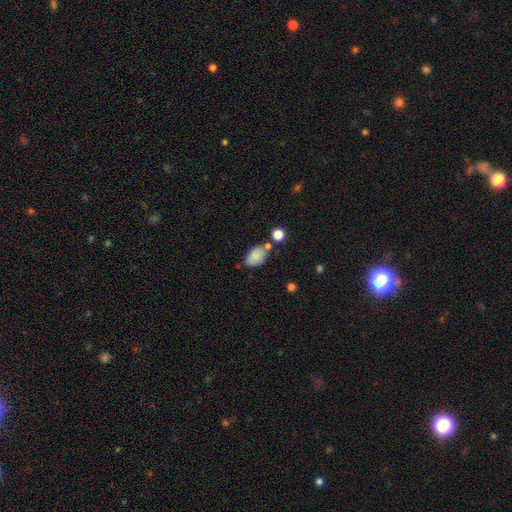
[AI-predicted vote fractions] A smooth galaxy with no disk features (84%) that is in between round and cigar-shaped (88%). Merging: none (63%).